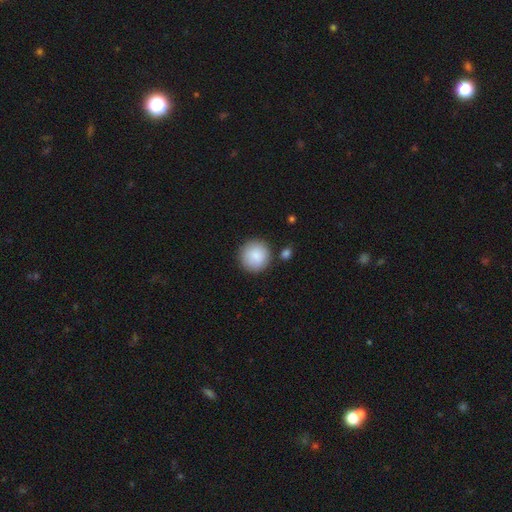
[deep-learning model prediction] The model was most divided on "merging": none: 83%, minor disturbance: 9%, merger: 5%, major disturbance: 3%. More confident: how rounded — round (95%); smooth or featured — smooth (88%).